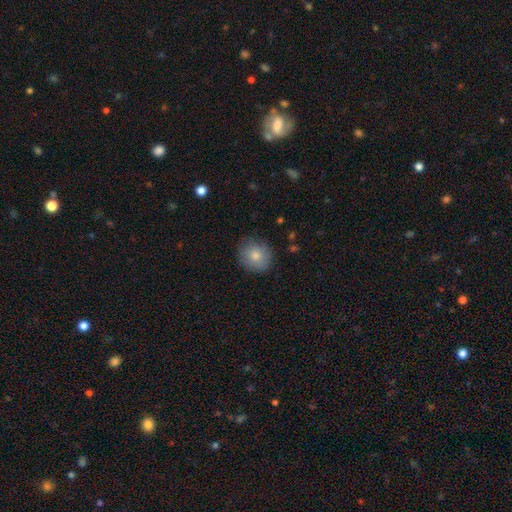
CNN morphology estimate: A smooth galaxy with no disk features (82%) that is round (80%). Merging: none (83%).